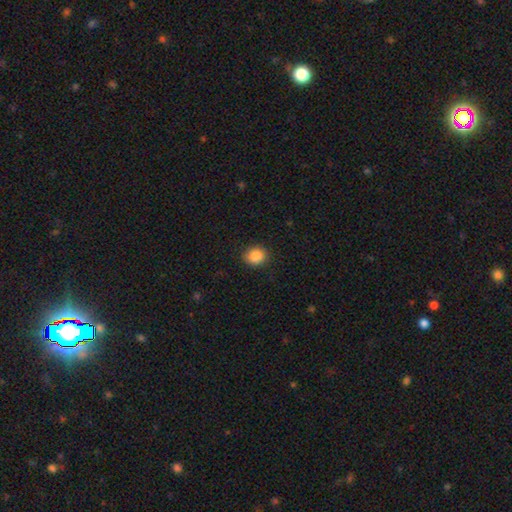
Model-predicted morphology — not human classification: Smooth or featured? Predicted: smooth (p=0.87). How rounded? Predicted: round (p=0.73). Merging? Predicted: none (p=0.89).